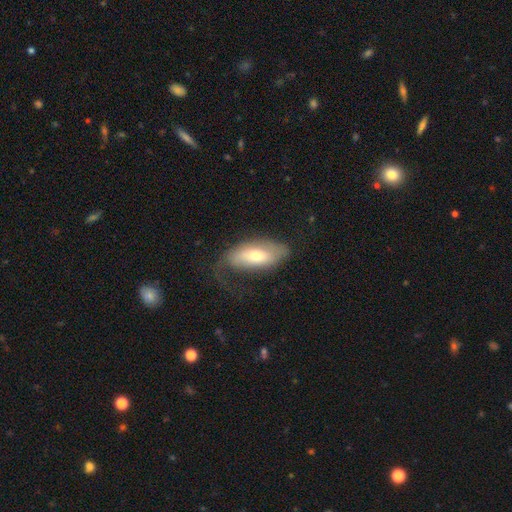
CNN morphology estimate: smooth_or_featured: smooth (p=0.53) [alt: featured or disk p=0.40]
how_rounded: in between (p=0.85) [alt: cigar-shaped p=0.13]
merging: none (p=0.42) [alt: minor disturbance p=0.28]